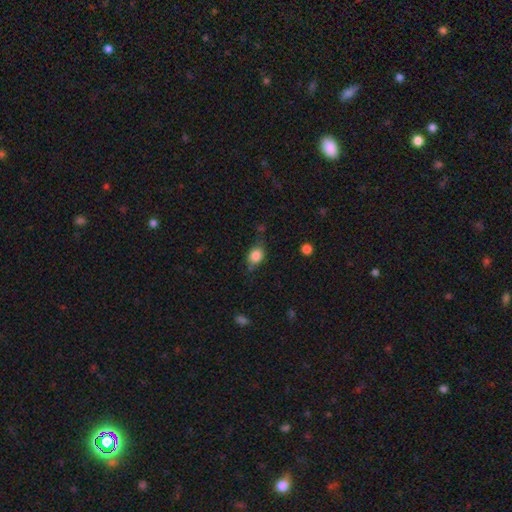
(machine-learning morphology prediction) This appears to be a smooth galaxy with no disk features (79%) that is in between round and cigar-shaped (56%). Merging: none (62%).